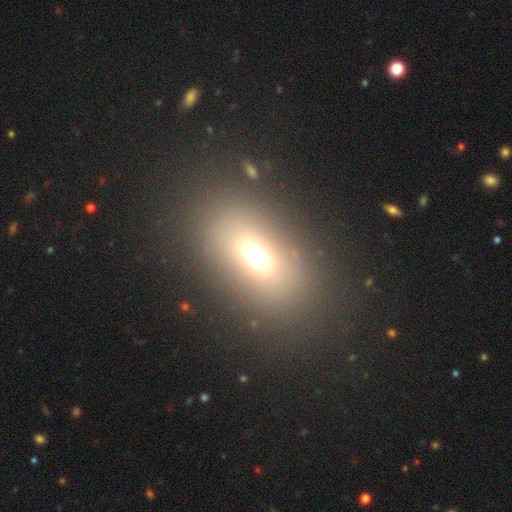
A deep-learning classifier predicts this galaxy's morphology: type=smooth (65%); roundness=in between (79%); merging=none (83%).